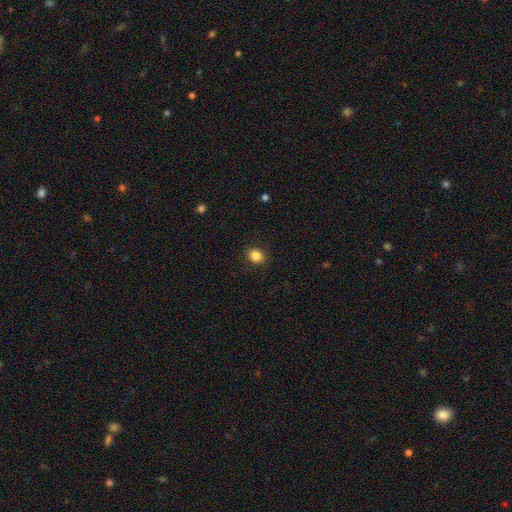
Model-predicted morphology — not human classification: A smooth galaxy with no disk features (85%) that is round (67%).

Vote fractions:
- Smooth or featured? smooth: 85% / star or artifact: 10% / featured or disk: 4%
- How rounded? round: 67% / in between: 32% / cigar-shaped: 1%
- Merging? none: 90% / minor disturbance: 7% / major disturbance: 2% / merger: 1%